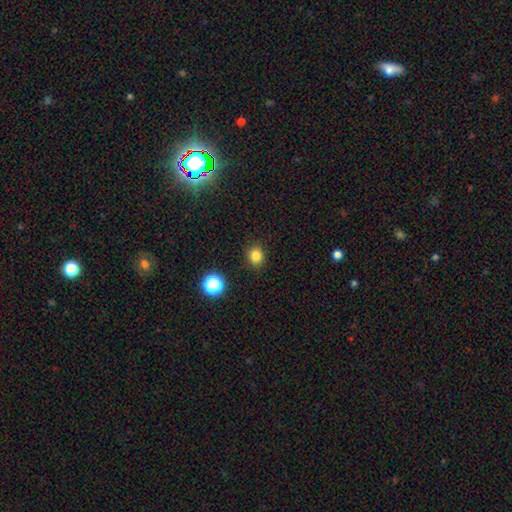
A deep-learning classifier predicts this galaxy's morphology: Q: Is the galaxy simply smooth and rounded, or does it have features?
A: smooth — 82%.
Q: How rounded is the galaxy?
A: round — 75%.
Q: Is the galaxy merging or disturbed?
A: none — 89%.